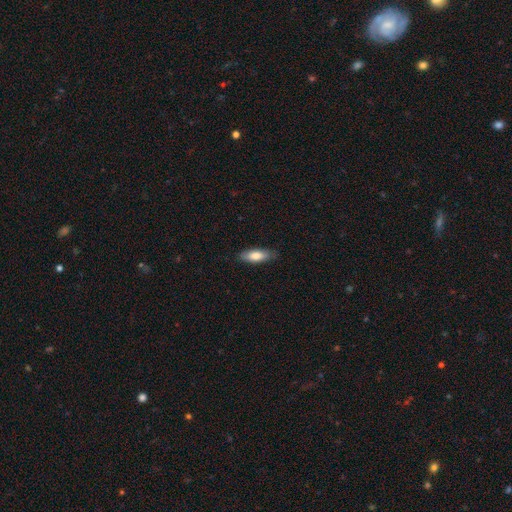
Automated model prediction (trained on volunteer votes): Morphology: type=smooth (78%); roundness=in between (65%); merging=none (83%).